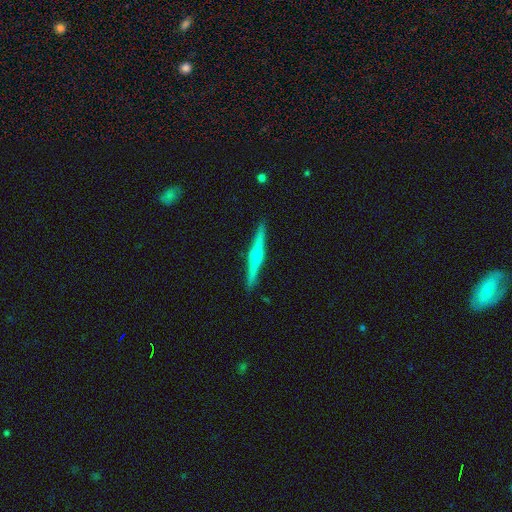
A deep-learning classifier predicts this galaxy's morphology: Smooth or featured?
  - featured or disk: 76% *
  - smooth: 19%
  - star or artifact: 5%
Edge-on disk?
  - yes: 98% *
  - no: 2%
Edge-on bulge?
  - rounded: 93% *
  - none: 4%
  - boxy: 3%
Merging?
  - none: 92% *
  - minor disturbance: 6%
  - major disturbance: 1%
  - merger: 1%